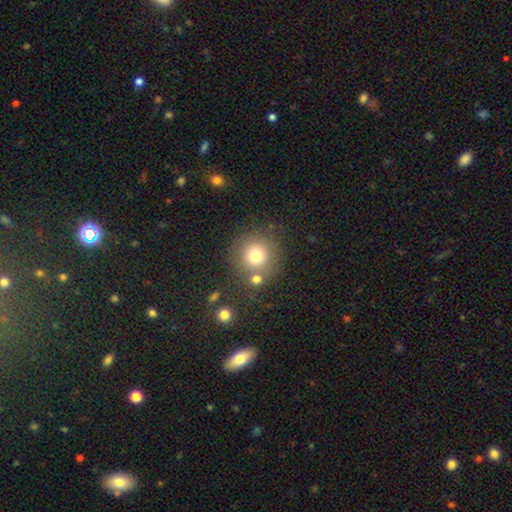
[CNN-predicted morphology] smooth 74%, star or artifact 14%, featured or disk 12%. Down the decision tree: how rounded — round (93%); merging — none (71%).